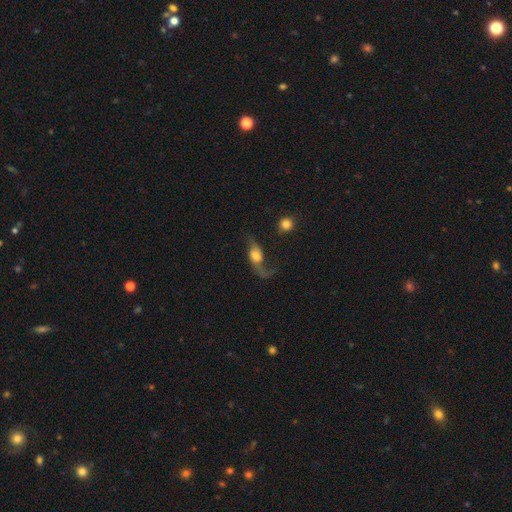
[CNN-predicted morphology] Smooth or featured?
  - featured or disk: 66% *
  - smooth: 26%
  - star or artifact: 8%
Edge-on disk?
  - no: 90% *
  - yes: 10%
Bar?
  - no: 64% *
  - weak: 29%
  - strong: 7%
Spiral arms?
  - yes: 89% *
  - no: 11%
Spiral winding?
  - loose: 88% *
  - medium: 9%
  - tight: 2%
Spiral arm count?
  - 2: 68% *
  - 1: 28%
  - can't tell: 2%
  - 3: 1%
  - 4: 1%
  - more than 4: 1%
Bulge size?
  - moderate: 40% *
  - large: 32%
  - small: 15%
  - dominant: 8%
  - none: 5%
Merging?
  - none: 40% *
  - major disturbance: 37%
  - minor disturbance: 17%
  - merger: 5%